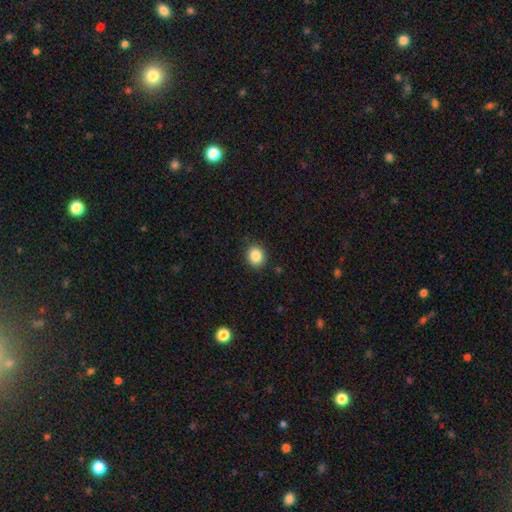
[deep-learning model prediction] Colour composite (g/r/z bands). It shows a smooth galaxy with no disk features (86%) that is round (69%). Merging: none (88%).